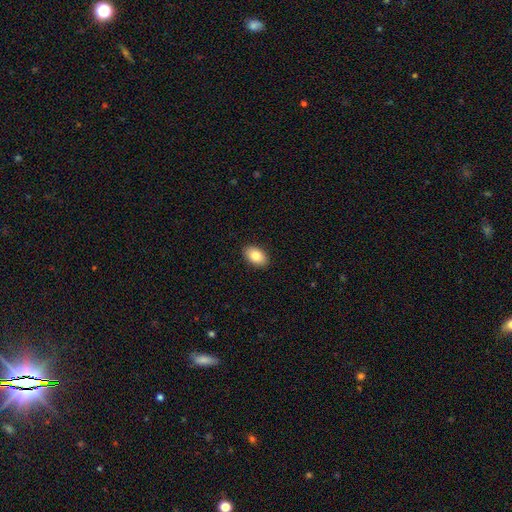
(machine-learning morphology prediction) Smooth or featured? Predicted: smooth (p=0.85). How rounded? Predicted: in between (p=0.91). Merging? Predicted: none (p=0.90).